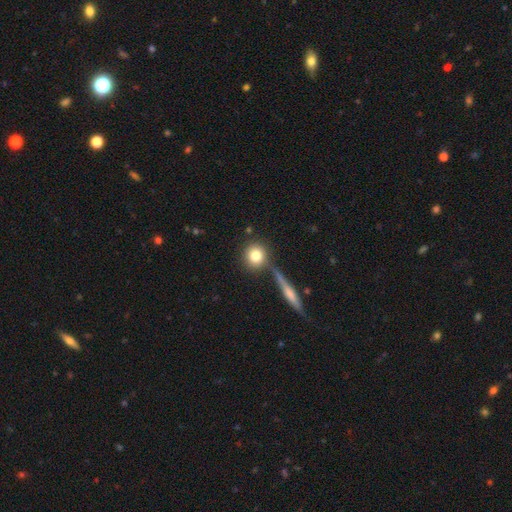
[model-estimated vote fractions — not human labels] Smooth or featured? Predicted: smooth (p=0.80). How rounded? Predicted: round (p=0.88). Merging? Predicted: none (p=0.73).